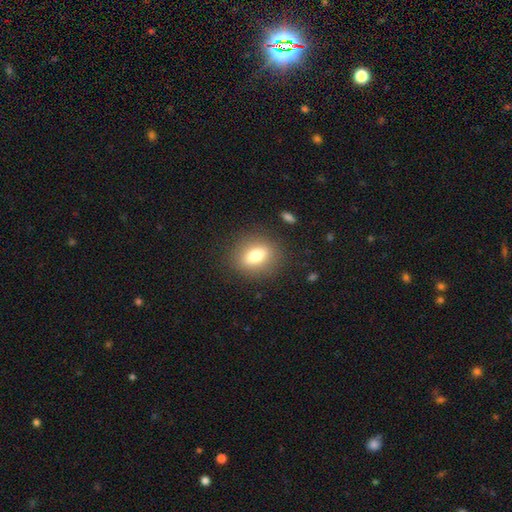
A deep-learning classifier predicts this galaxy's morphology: Smooth or featured?
  - smooth: 74% *
  - featured or disk: 17%
  - star or artifact: 10%
How rounded?
  - in between: 55% *
  - round: 41%
  - cigar-shaped: 4%
Merging?
  - none: 86% *
  - minor disturbance: 9%
  - major disturbance: 4%
  - merger: 1%